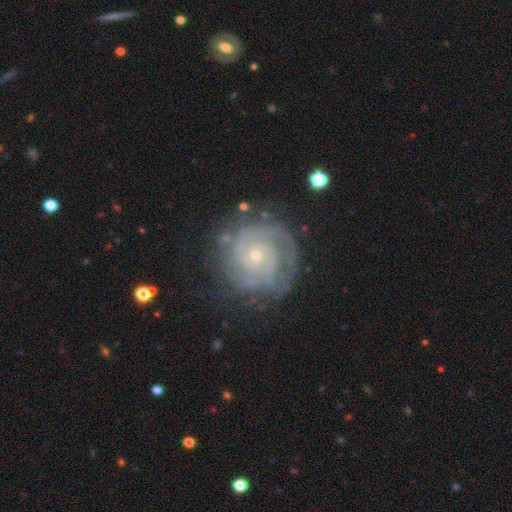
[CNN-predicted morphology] This is clearly a featured or disk galaxy (86%). It is clearly not viewed edge-on (98%). Bar: likely no (78%). Spiral arm pattern: clearly yes (96%). Spiral arm count: marginally 2 (34%). Spiral winding: likely tight (76%). Central bulge: likely small (78%). Merging: likely none (76%).